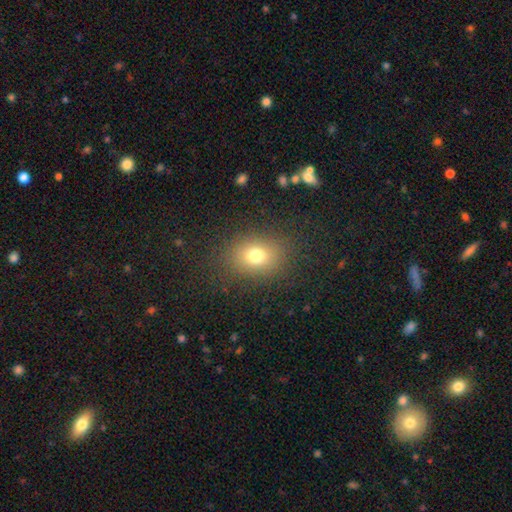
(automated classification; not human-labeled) Smooth or featured? smooth (74%)
How rounded? in between (57%)
Merging? none (84%)